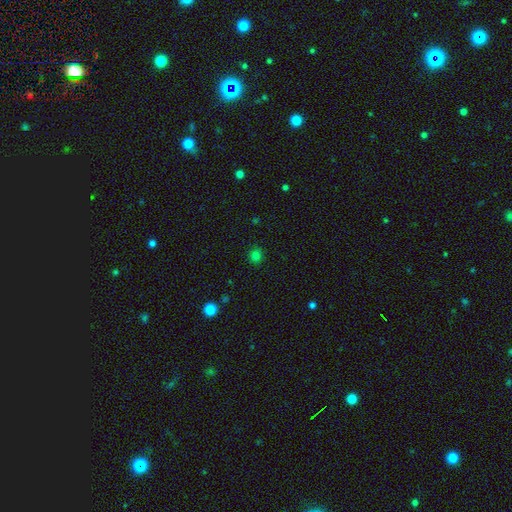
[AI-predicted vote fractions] smooth_or_featured: smooth (p=0.78) [alt: star or artifact p=0.17]
how_rounded: round (p=0.86) [alt: in between p=0.13]
merging: none (p=0.90) [alt: minor disturbance p=0.07]